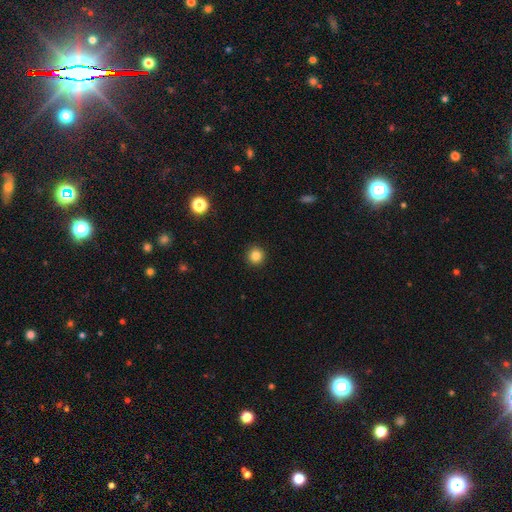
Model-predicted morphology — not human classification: smooth-or-featured: smooth: 85% | star or artifact: 11% | featured or disk: 4%
  how-rounded: round: 95% | in between: 4% | cigar-shaped: 1%
  merging: none: 93% | minor disturbance: 4% | major disturbance: 2% | merger: 1%